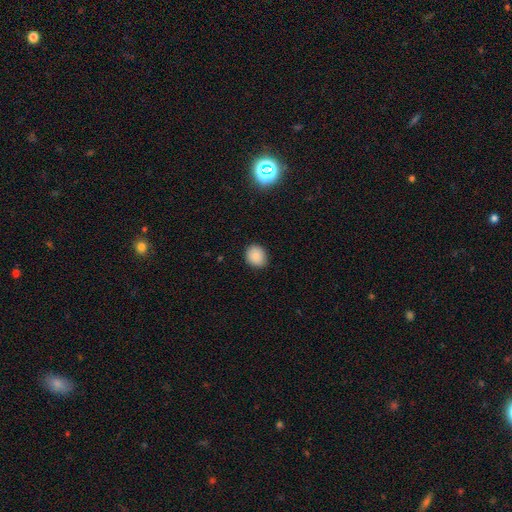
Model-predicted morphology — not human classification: smooth-or-featured: smooth: 88% | star or artifact: 9% | featured or disk: 3%
  how-rounded: round: 68% | in between: 31% | cigar-shaped: 1%
  merging: none: 88% | minor disturbance: 9% | major disturbance: 2% | merger: 1%